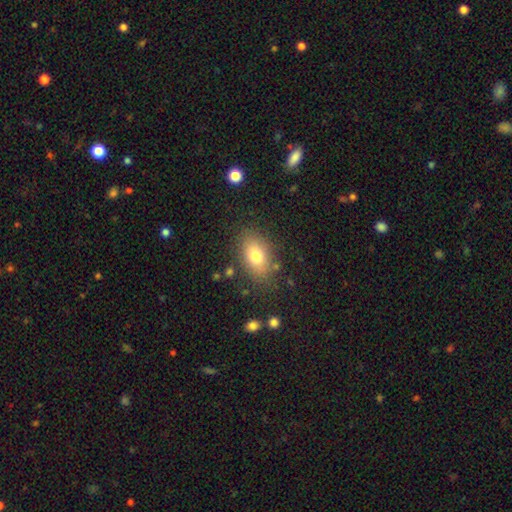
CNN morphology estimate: Overall: smooth (76%). How rounded: in between (85%). Merging: none (81%).